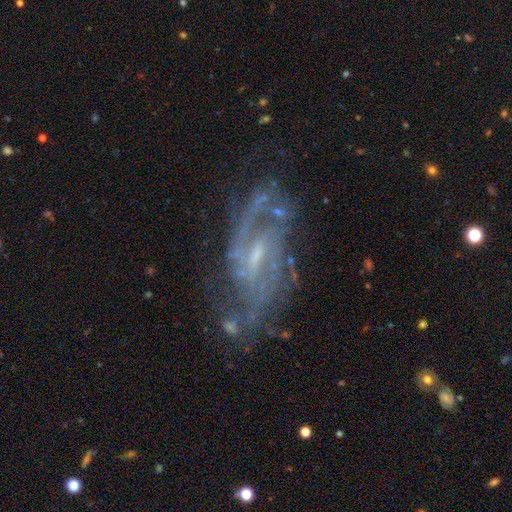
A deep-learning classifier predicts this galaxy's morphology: smooth_or_featured: featured or disk (p=0.86) [alt: star or artifact p=0.08]
disk_edge_on: no (p=0.95) [alt: yes p=0.05]
bar: weak (p=0.57) [alt: no p=0.24]
has_spiral_arms: yes (p=0.95) [alt: no p=0.05]
spiral_winding: medium (p=0.50) [alt: tight p=0.30]
spiral_arm_count: 2 (p=0.51) [alt: can't tell p=0.20]
bulge_size: small (p=0.62) [alt: moderate p=0.22]
merging: none (p=0.67) [alt: minor disturbance p=0.18]